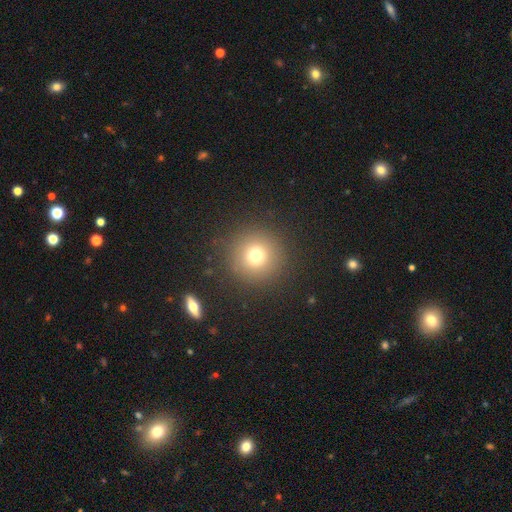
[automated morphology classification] This is likely a smooth galaxy (73%). How rounded: clearly round (96%). Merging: clearly none (90%).